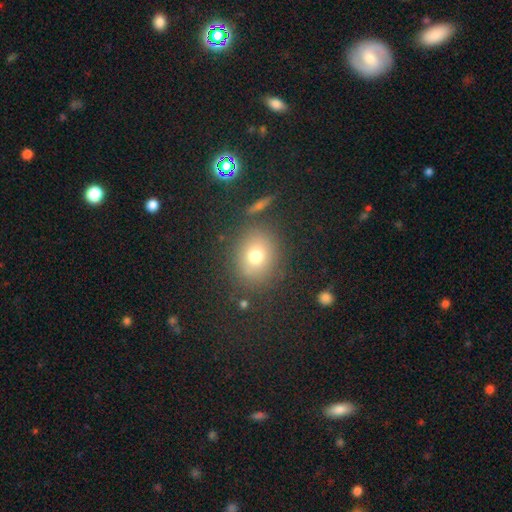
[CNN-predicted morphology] Smooth or featured? Predicted: smooth (p=0.72). How rounded? Predicted: round (p=0.68). Merging? Predicted: none (p=0.80).